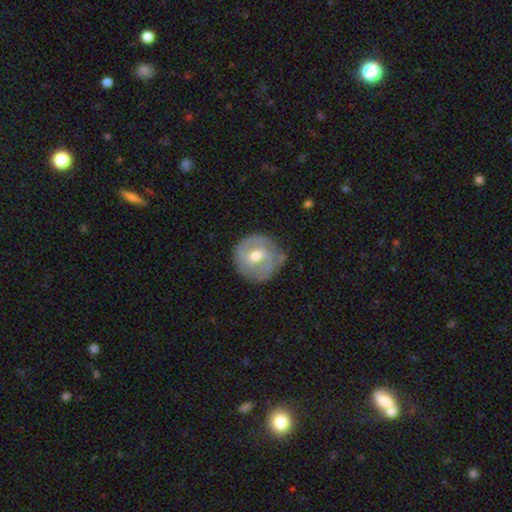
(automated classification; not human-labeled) Smooth or featured: featured or disk — 64% (smooth — 31%)
Edge-on disk: no — 97% (yes — 3%)
Bar: weak — 50% (no — 37%)
Spiral arms: yes — 74% (no — 26%)
Bulge size: moderate — 68% (small — 27%)
Merging: none — 72% (minor disturbance — 20%)